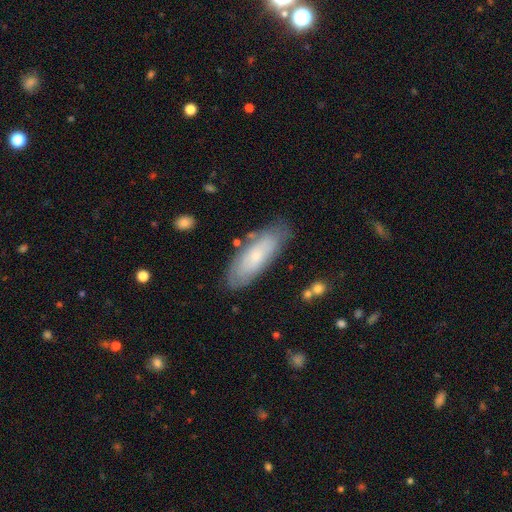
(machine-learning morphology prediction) smooth-or-featured: smooth: 59% | featured or disk: 34% | star or artifact: 7%
  how-rounded: in between: 66% | cigar-shaped: 32% | round: 2%
  merging: none: 78% | minor disturbance: 16% | major disturbance: 4% | merger: 3%